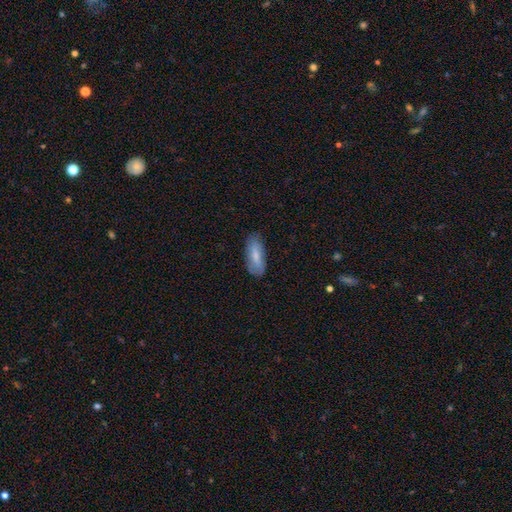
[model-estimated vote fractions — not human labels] Morphology: type=smooth (74%); roundness=in between (74%); merging=none (77%).